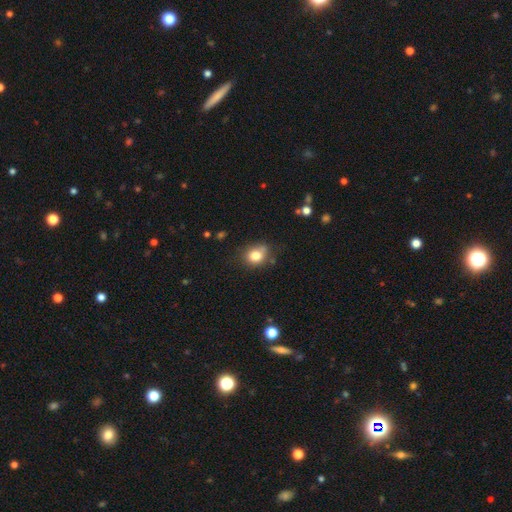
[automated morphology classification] smooth-or-featured: smooth: 80% | star or artifact: 11% | featured or disk: 9%
  how-rounded: round: 60% | in between: 39% | cigar-shaped: 1%
  merging: none: 68% | minor disturbance: 21% | major disturbance: 5% | merger: 5%